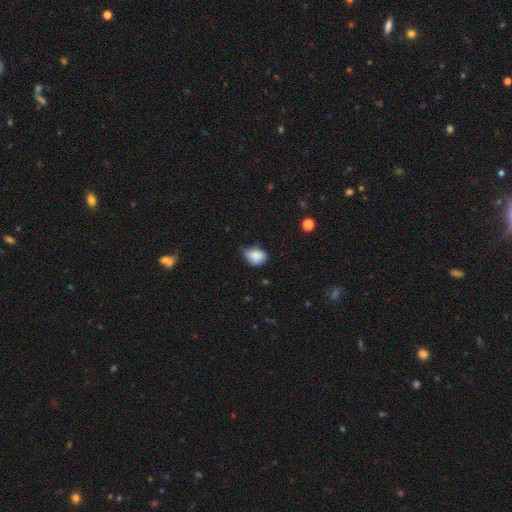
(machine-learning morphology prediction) Overall: smooth (84%). How rounded: in between (62%; round 36%). Merging: minor disturbance (45%, tied with none).